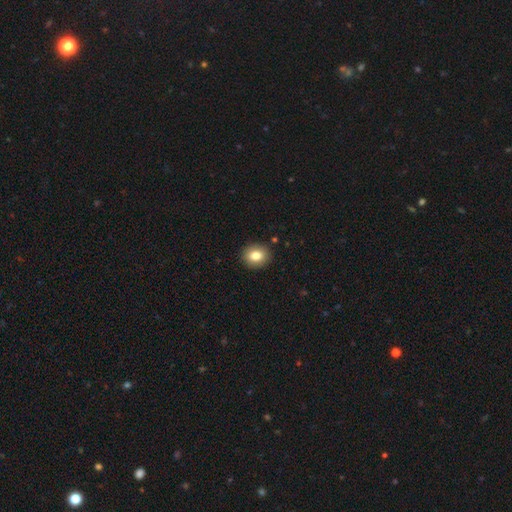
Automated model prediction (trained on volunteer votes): smooth 82%, star or artifact 9%, featured or disk 9%. Down the decision tree: how rounded — round (64%); merging — none (90%).